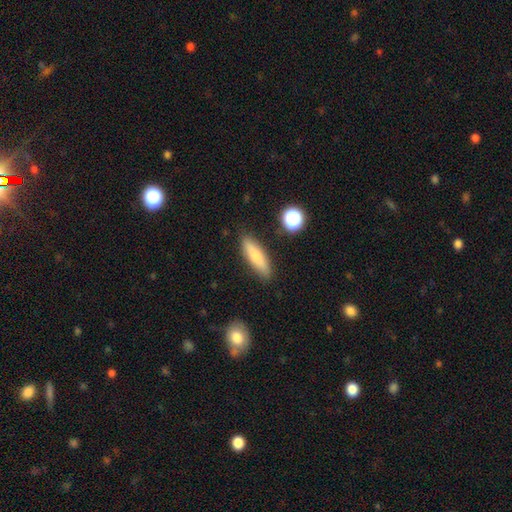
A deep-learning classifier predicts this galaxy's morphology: This appears to be a smooth galaxy with no disk features (73%) that is cigar-shaped (62%). Merging: none (85%).